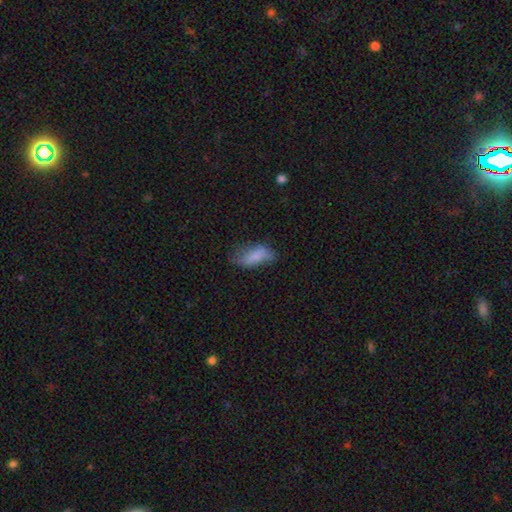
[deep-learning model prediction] Smooth or featured? Predicted: smooth (p=0.72). How rounded? Predicted: in between (p=0.84). Merging? Predicted: none (p=0.42).